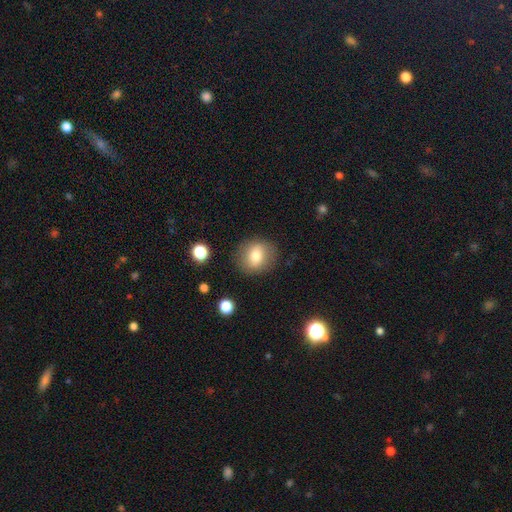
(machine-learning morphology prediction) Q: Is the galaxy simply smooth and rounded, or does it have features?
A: smooth — 76%.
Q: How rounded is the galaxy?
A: round — 71%.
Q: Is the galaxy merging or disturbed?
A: none — 83%.